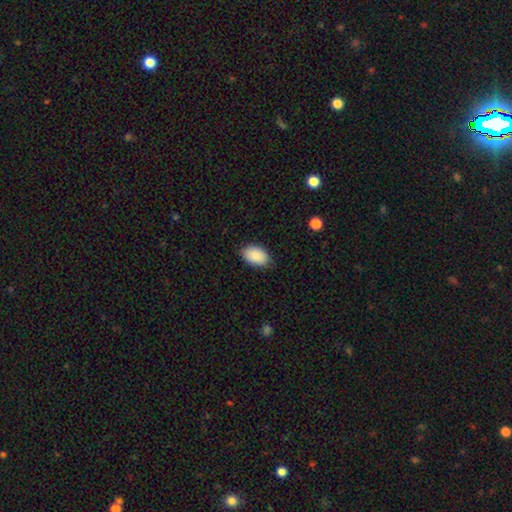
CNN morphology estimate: A smooth galaxy with no disk features (87%) that is in between round and cigar-shaped (92%).

Vote fractions:
- Smooth or featured? smooth: 87% / star or artifact: 7% / featured or disk: 6%
- How rounded? in between: 92% / round: 7% / cigar-shaped: 1%
- Merging? none: 85% / minor disturbance: 12% / major disturbance: 2% / merger: 1%